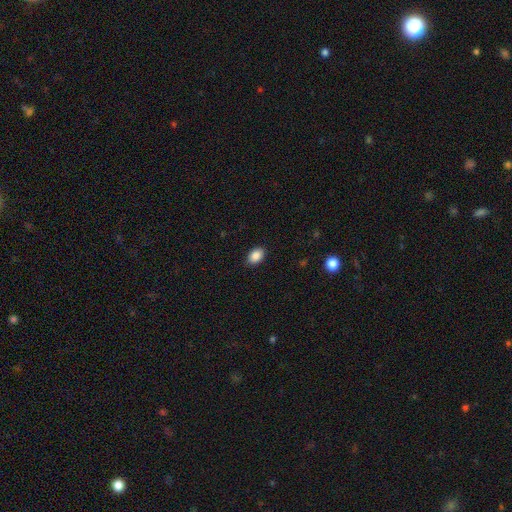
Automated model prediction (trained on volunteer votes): smooth_or_featured: smooth (p=0.88) [alt: star or artifact p=0.08]
how_rounded: in between (p=0.86) [alt: round p=0.13]
merging: none (p=0.88) [alt: minor disturbance p=0.09]